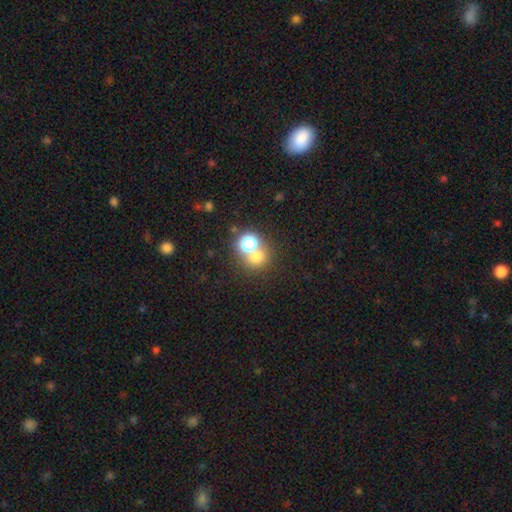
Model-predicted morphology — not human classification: Smooth or featured? Predicted: smooth (p=0.64). How rounded? Predicted: round (p=0.83). Merging? Predicted: none (p=0.51).